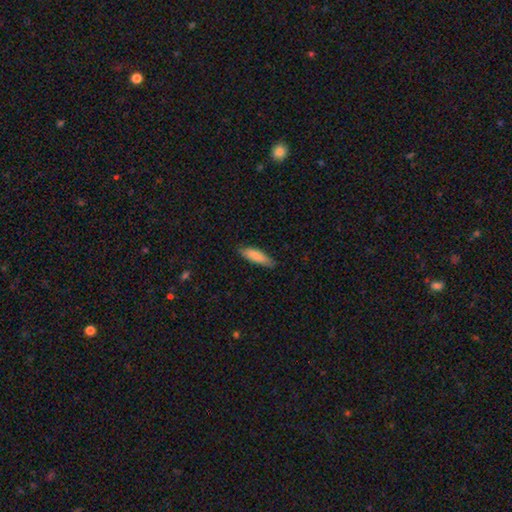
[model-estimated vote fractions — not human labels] Q: Smooth or featured?
A: smooth (82%); runner-up: featured or disk (13%)
Q: How rounded?
A: cigar-shaped (61%); runner-up: in between (37%)
Q: Merging?
A: none (84%); runner-up: minor disturbance (13%)